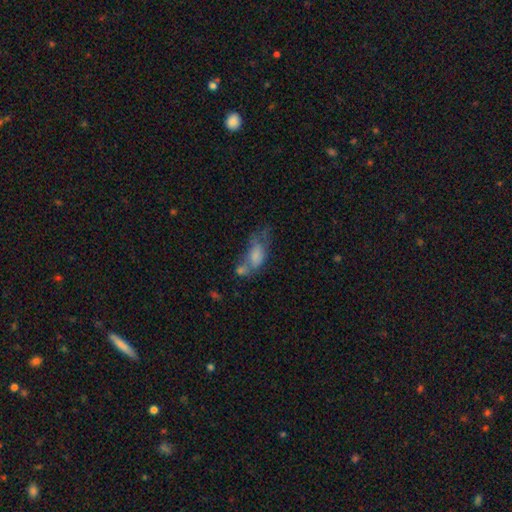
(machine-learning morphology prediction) smooth-or-featured: smooth: 63% | featured or disk: 27% | star or artifact: 10%
  how-rounded: in between: 85% | cigar-shaped: 10% | round: 5%
  merging: merger: 34% | major disturbance: 27% | none: 21% | minor disturbance: 19%